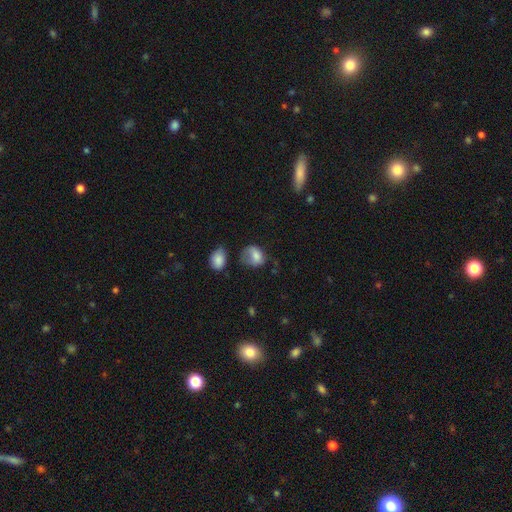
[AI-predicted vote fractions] A smooth galaxy with no disk features (75%) that is in between round and cigar-shaped (58%). Merging: minor disturbance (34%).